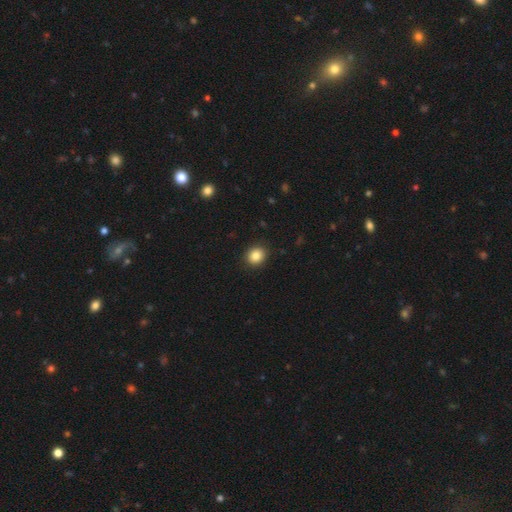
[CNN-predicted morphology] The model was most divided on "how rounded": round: 80%, in between: 19%, cigar-shaped: 1%. More confident: merging — none (90%); smooth or featured — smooth (86%).